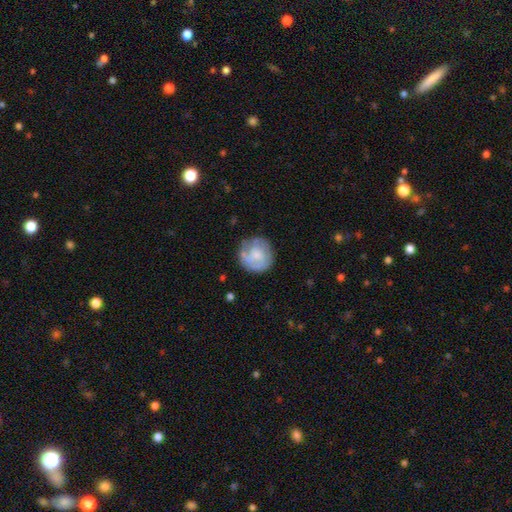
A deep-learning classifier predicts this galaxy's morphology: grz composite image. It shows a featured or disk galaxy (50%). Merging: none (70%).